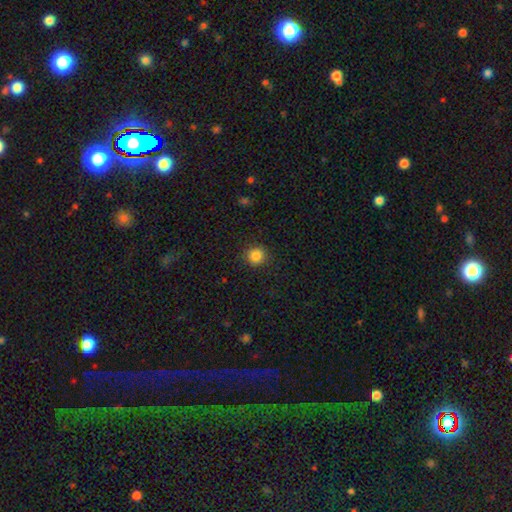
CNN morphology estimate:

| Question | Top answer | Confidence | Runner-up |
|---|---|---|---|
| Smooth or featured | smooth | 86% | star or artifact (11%) |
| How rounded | round | 92% | in between (7%) |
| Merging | none | 90% | minor disturbance (7%) |